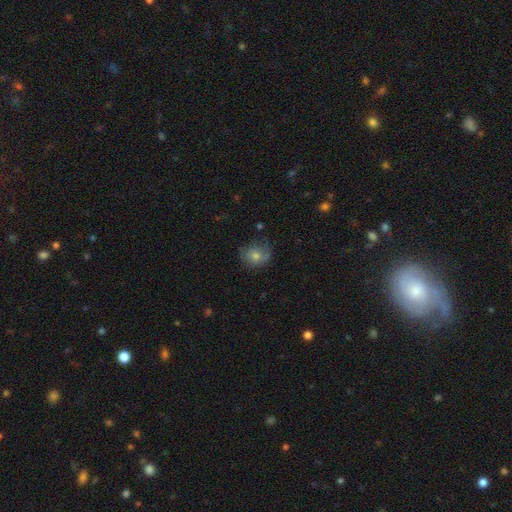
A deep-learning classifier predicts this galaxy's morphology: A smooth galaxy with no disk features (58%) that is round (65%).

Vote fractions:
- Smooth or featured? smooth: 58% / featured or disk: 29% / star or artifact: 13%
- How rounded? round: 65% / in between: 34% / cigar-shaped: 1%
- Merging? none: 59% / minor disturbance: 27% / major disturbance: 13% / merger: 2%